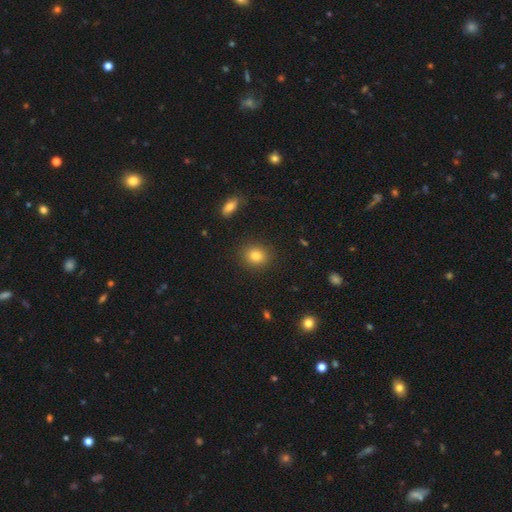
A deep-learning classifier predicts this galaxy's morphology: Smooth or featured? Predicted: smooth (p=0.84). How rounded? Predicted: round (p=0.59). Merging? Predicted: none (p=0.88).